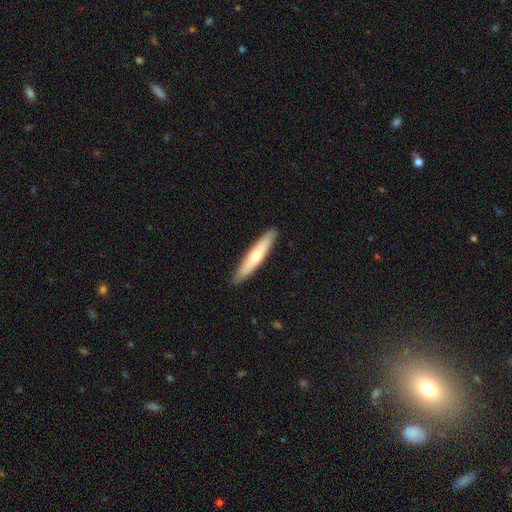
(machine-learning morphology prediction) smooth 60%, featured or disk 35%, star or artifact 5%. Down the decision tree: how rounded — cigar-shaped (90%); merging — none (90%).